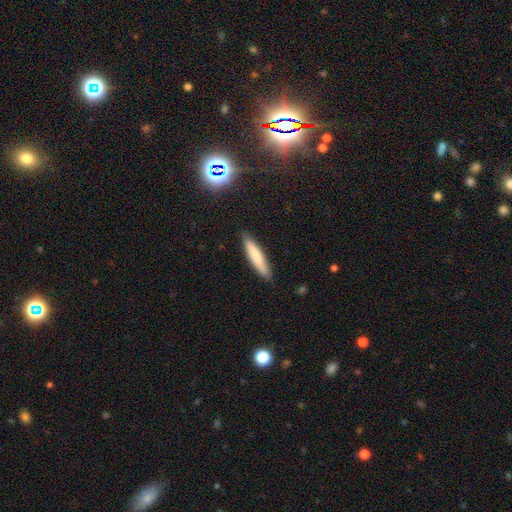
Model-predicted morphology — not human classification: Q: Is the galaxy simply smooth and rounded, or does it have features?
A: smooth — 76%.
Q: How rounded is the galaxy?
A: cigar-shaped — 87%.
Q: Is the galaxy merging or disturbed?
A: none — 86%.